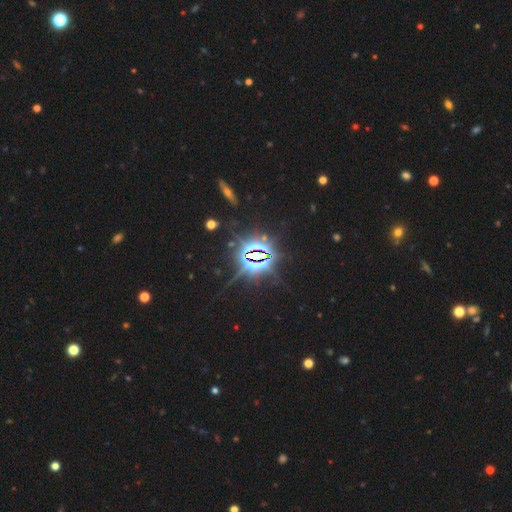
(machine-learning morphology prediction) Smooth or featured? star or artifact (85%)